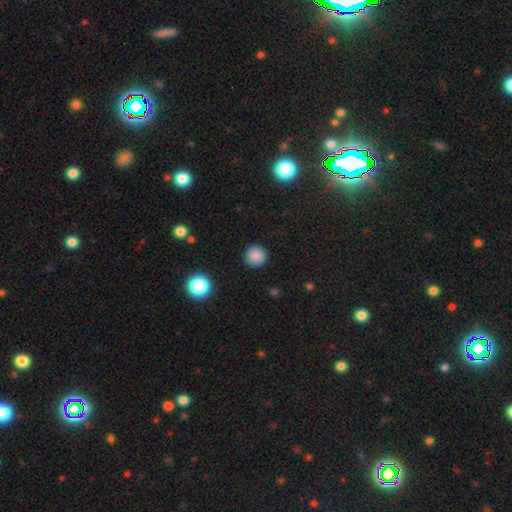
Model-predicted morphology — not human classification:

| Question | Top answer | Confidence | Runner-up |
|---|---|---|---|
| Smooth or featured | smooth | 86% | star or artifact (10%) |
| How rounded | round | 95% | in between (4%) |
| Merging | none | 91% | minor disturbance (6%) |